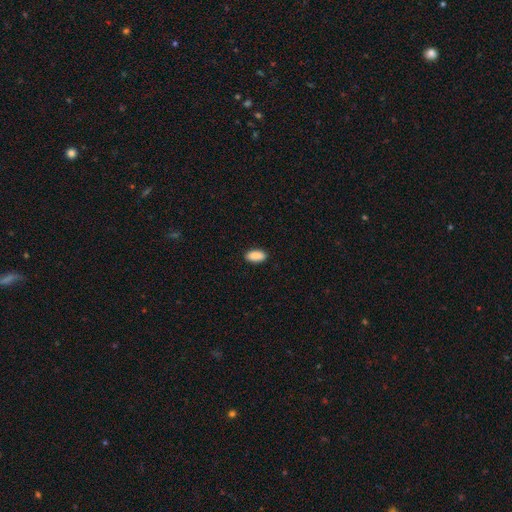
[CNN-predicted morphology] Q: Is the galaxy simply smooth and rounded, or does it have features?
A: smooth — 90%.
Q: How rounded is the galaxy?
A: in between — 91%.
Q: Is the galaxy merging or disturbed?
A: none — 90%.